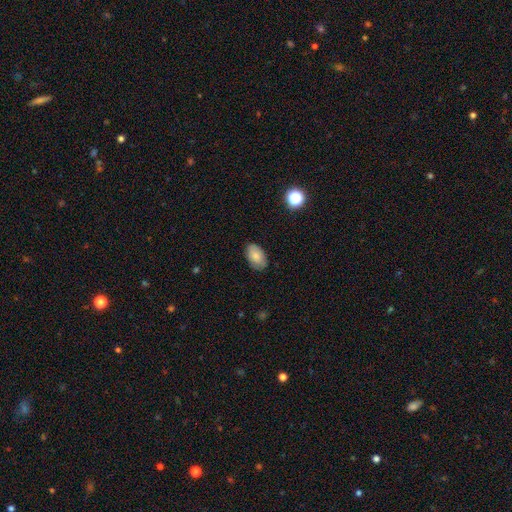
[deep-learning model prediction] A smooth galaxy with no disk features (75%) that is in between round and cigar-shaped (91%). Merging: none (82%).